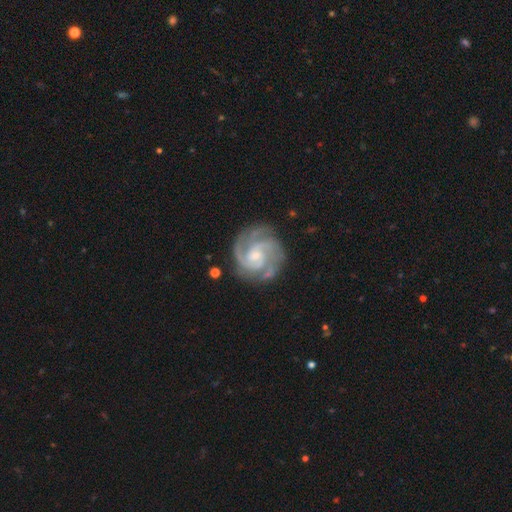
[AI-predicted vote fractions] This appears to be a featured or disk galaxy (90%) with no bar (54%), 3 (50%) tight (56%) spiral arms (98%) and a small central bulge (61%). Merging: none (76%).